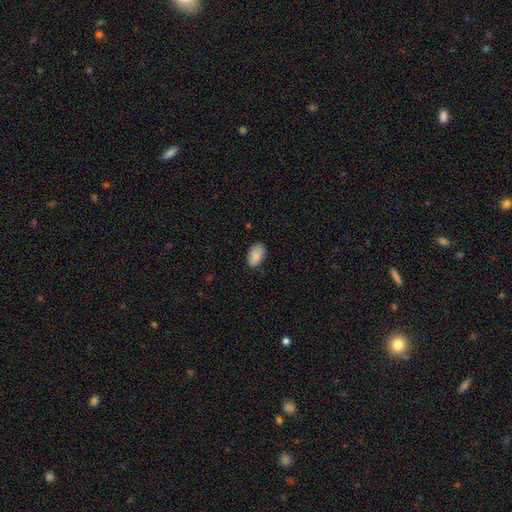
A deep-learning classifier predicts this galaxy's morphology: smooth_or_featured: smooth (p=0.89) [alt: star or artifact p=0.06]
how_rounded: in between (p=0.93) [alt: round p=0.06]
merging: none (p=0.83) [alt: minor disturbance p=0.13]